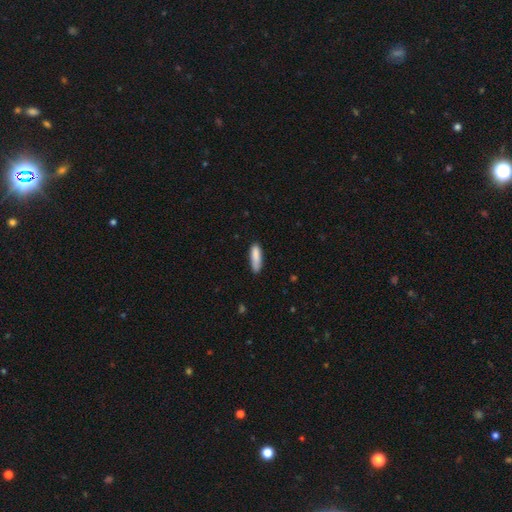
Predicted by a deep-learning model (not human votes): Smooth or featured?
  - smooth: 87% *
  - featured or disk: 7%
  - star or artifact: 6%
How rounded?
  - cigar-shaped: 61% *
  - in between: 38%
  - round: 1%
Merging?
  - none: 76% *
  - minor disturbance: 19%
  - major disturbance: 3%
  - merger: 2%